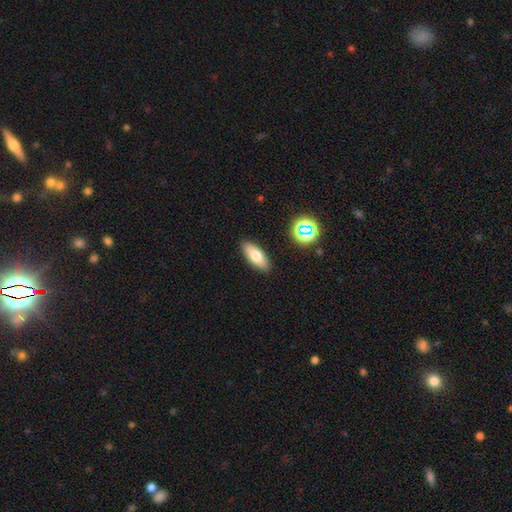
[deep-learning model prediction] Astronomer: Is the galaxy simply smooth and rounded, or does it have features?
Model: smooth — 73%.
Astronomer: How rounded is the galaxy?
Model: in between — 77%.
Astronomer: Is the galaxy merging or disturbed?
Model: none — 89%.